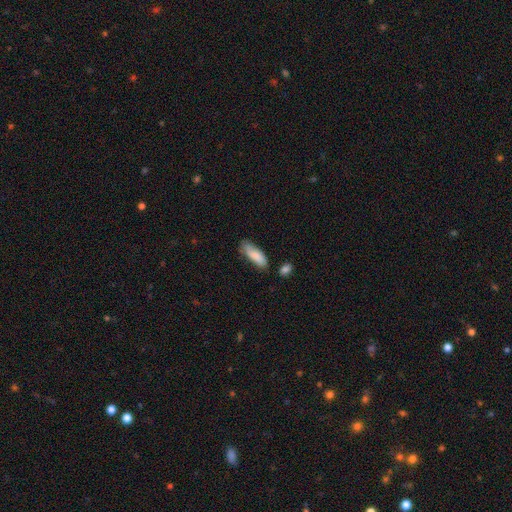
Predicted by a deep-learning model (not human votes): Smooth or featured? Predicted: smooth (p=0.84). How rounded? Predicted: in between (p=0.61). Merging? Predicted: none (p=0.58).